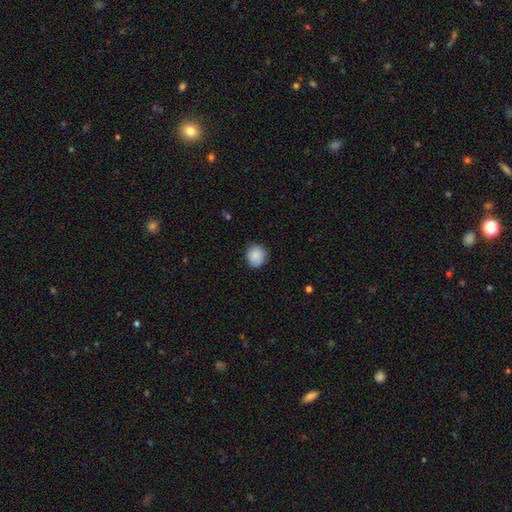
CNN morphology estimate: smooth 88%, star or artifact 8%, featured or disk 4%. Down the decision tree: how rounded — round (84%); merging — none (85%).